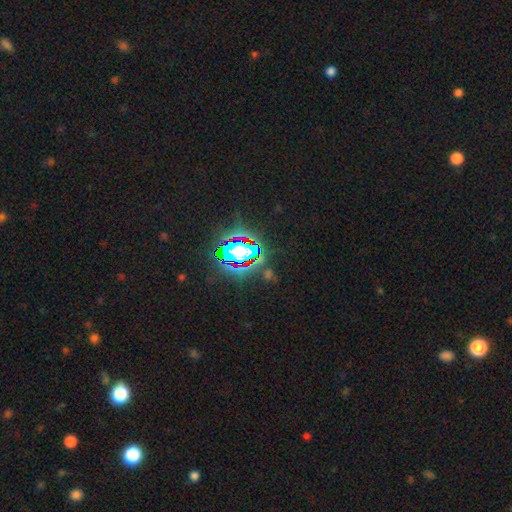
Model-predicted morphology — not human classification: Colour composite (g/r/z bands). It shows a star or artifact, not a galaxy (78%).